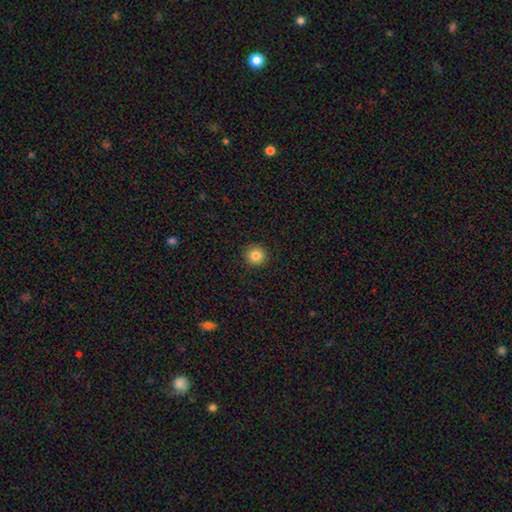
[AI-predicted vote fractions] smooth_or_featured: smooth (p=0.84) [alt: star or artifact p=0.10]
how_rounded: round (p=0.95) [alt: in between p=0.05]
merging: none (p=0.92) [alt: minor disturbance p=0.05]